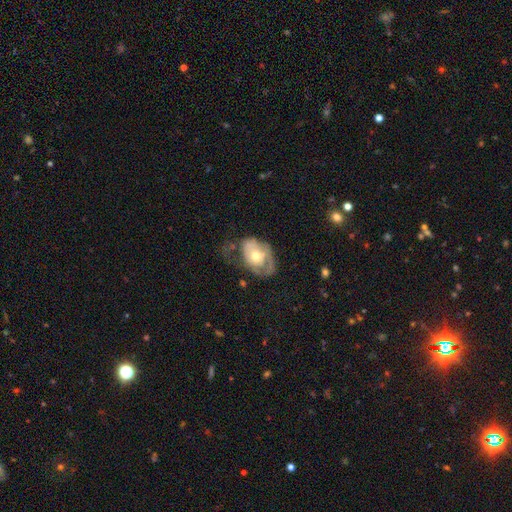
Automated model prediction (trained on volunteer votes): Morphology: type=featured or disk (54%); edge-on=no (94%); bar=no (83%); spiral arms=no (54%); bulge=moderate (65%); merging=major disturbance (35%).